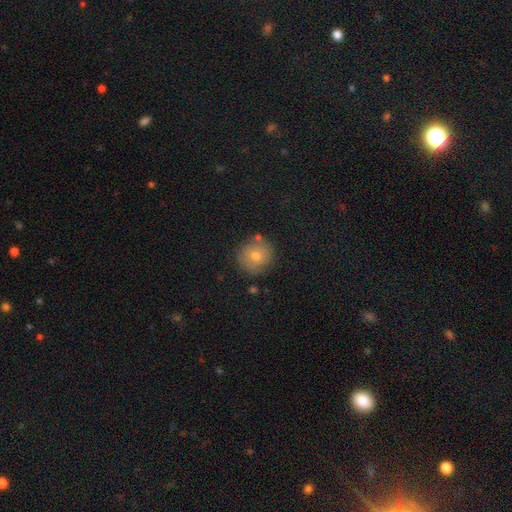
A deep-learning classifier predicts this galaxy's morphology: Smooth or featured: smooth — 67% (featured or disk — 20%)
How rounded: round — 92% (in between — 7%)
Merging: none — 82% (minor disturbance — 11%)